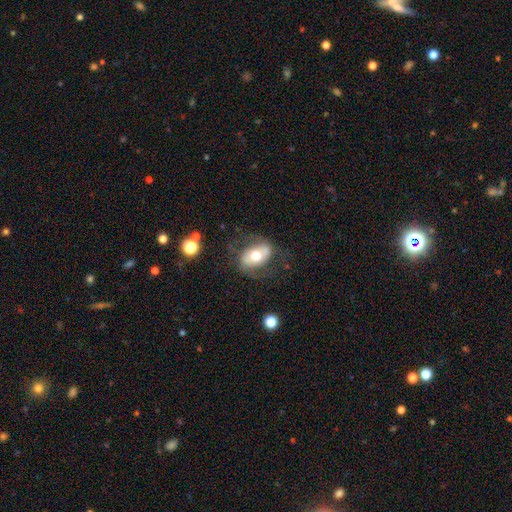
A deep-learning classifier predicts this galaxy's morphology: The model was most divided on "smooth or featured": featured or disk: 48%, smooth: 45%, star or artifact: 8%. More confident: merging — none (64%).